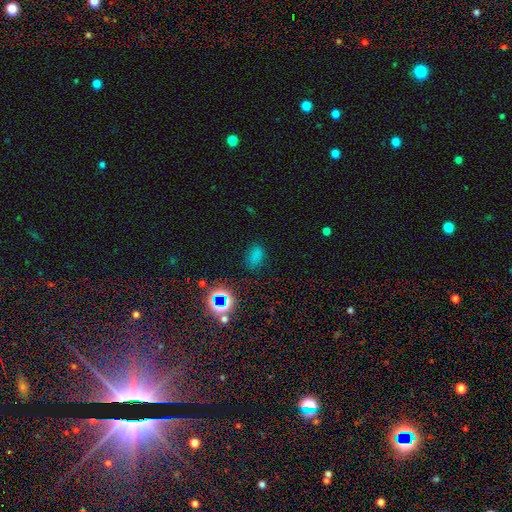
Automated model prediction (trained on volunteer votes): A smooth galaxy with no disk features (67%) that is in between round and cigar-shaped (83%). Merging: none (79%).